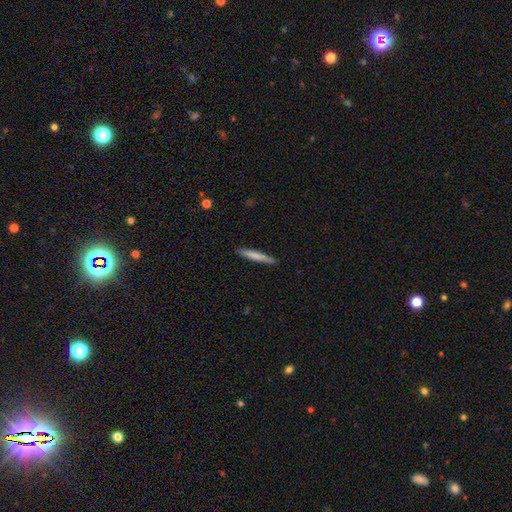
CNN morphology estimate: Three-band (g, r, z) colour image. It shows a smooth galaxy with no disk features (72%) that is cigar-shaped (96%). Merging: none (91%).